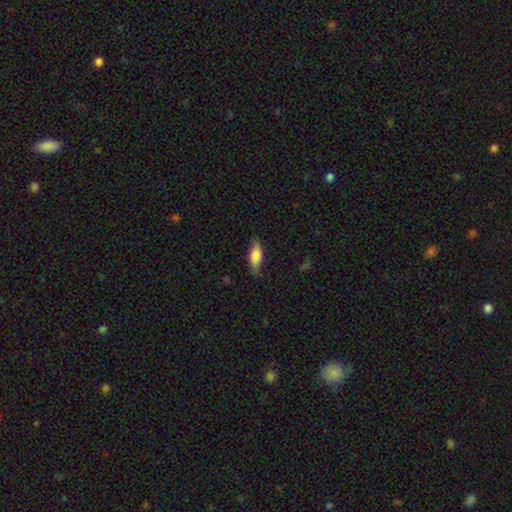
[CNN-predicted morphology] smooth-or-featured: smooth: 79% | featured or disk: 15% | star or artifact: 6%
  how-rounded: in between: 73% | cigar-shaped: 25% | round: 2%
  merging: none: 72% | minor disturbance: 22% | major disturbance: 4% | merger: 1%